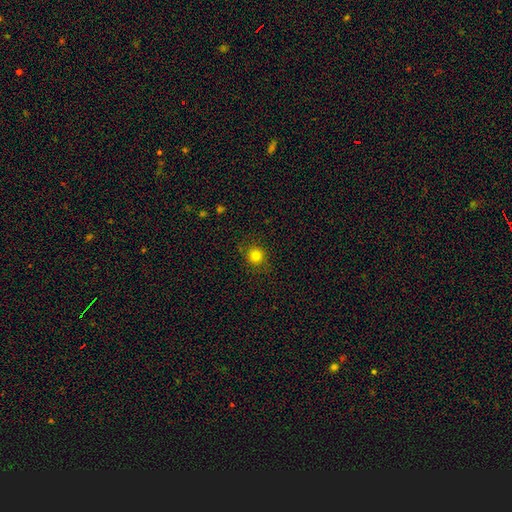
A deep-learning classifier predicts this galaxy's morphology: The model was most divided on "smooth or featured": smooth: 81%, star or artifact: 13%, featured or disk: 6%. More confident: how rounded — round (90%); merging — none (84%).